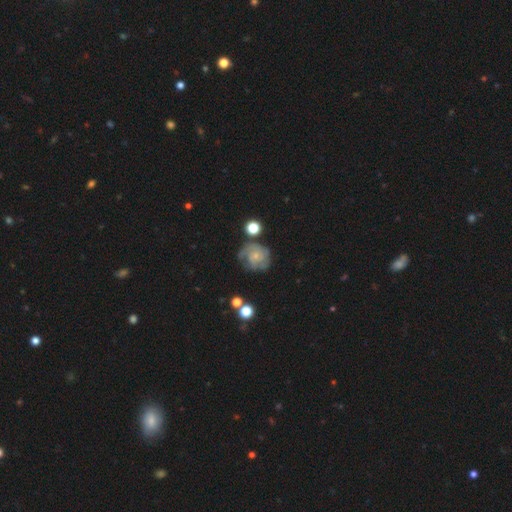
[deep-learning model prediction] featured or disk 71%, smooth 21%, star or artifact 8%. Down the decision tree: edge-on disk — no (98%); bar — no (78%); spiral arms — yes (90%); spiral arm count — can't tell (34%); spiral winding — tight (54%); bulge size — small (75%); merging — none (57%).